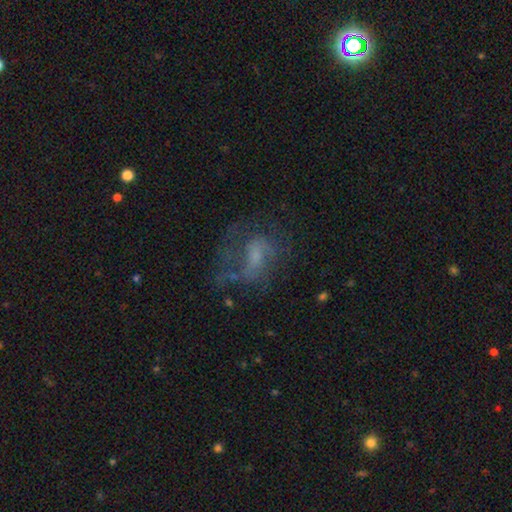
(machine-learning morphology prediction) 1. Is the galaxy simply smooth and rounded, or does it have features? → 61% featured or disk, 26% smooth, 13% star or artifact.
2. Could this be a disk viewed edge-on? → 97% no, 3% yes.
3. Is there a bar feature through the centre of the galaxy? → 46% no, 43% weak, 11% strong.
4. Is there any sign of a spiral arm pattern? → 69% yes, 31% no.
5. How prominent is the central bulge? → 35% small, 29% moderate, 27% none, 6% large, 2% dominant.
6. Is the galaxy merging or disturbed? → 42% none, 35% major disturbance, 19% minor disturbance, 4% merger.